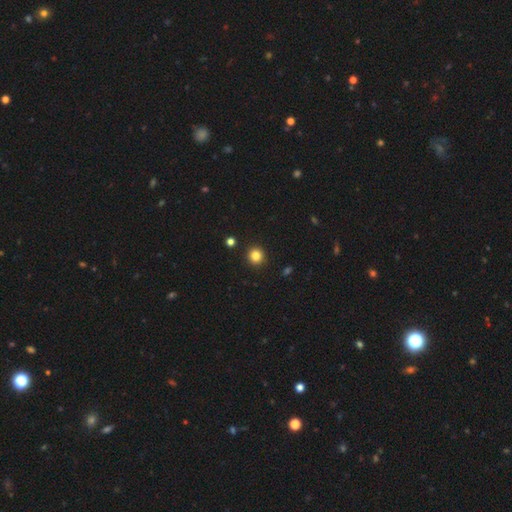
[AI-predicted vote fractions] smooth 83%, star or artifact 12%, featured or disk 5%. Down the decision tree: how rounded — round (91%); merging — none (92%).